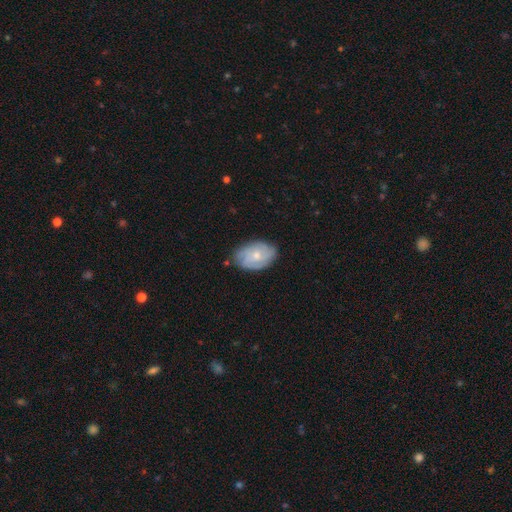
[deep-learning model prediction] The model was most divided on "bulge size": small: 56%, moderate: 41%, none: 2%, large: 1%, dominant: 1%. More confident: edge-on disk — no (96%); spiral arms — yes (85%); bar — no (78%); merging — none (75%); smooth or featured — featured or disk (60%).